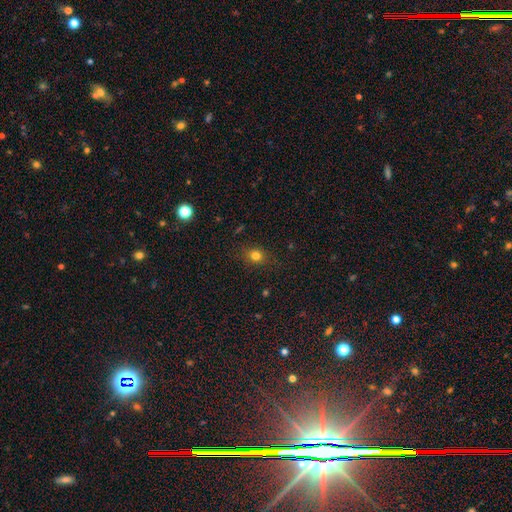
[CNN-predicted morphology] type=smooth (78%); roundness=round (70%); merging=none (84%).